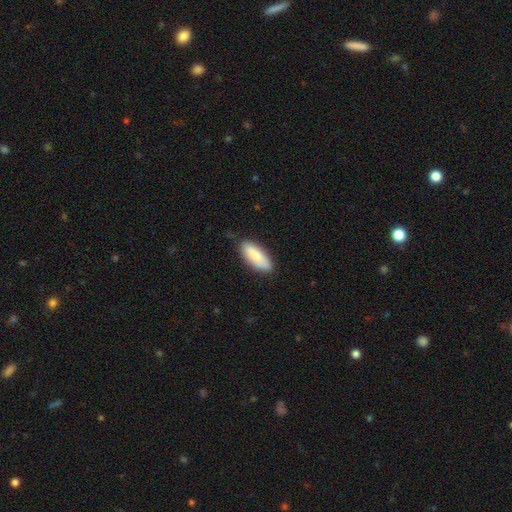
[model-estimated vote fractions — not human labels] Smooth or featured: smooth — 87% (featured or disk — 8%)
How rounded: in between — 74% (cigar-shaped — 24%)
Merging: none — 83% (minor disturbance — 13%)